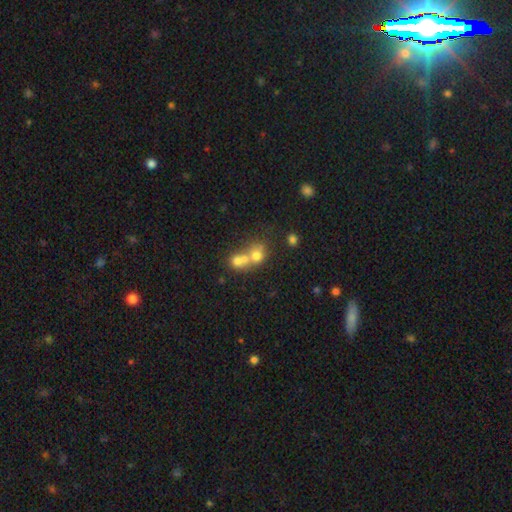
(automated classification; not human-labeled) smooth-or-featured: smooth: 63% | featured or disk: 22% | star or artifact: 16%
  how-rounded: round: 73% | in between: 26% | cigar-shaped: 1%
  merging: merger: 65% | none: 26% | minor disturbance: 5% | major disturbance: 4%